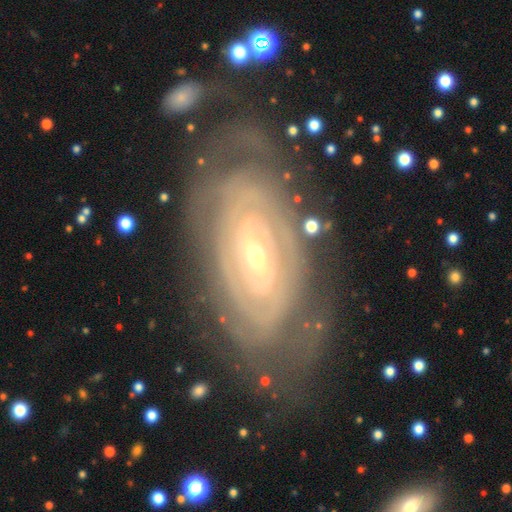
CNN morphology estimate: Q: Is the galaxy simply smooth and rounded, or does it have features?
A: featured or disk — 85%.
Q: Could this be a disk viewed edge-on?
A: no — 93%.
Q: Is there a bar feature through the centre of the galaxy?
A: no — 52%.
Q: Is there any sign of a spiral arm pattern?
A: yes — 89%.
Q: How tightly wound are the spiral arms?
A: tight — 82%.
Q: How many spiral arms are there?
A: can't tell — 52%.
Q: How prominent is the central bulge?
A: small — 75%.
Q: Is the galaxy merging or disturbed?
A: none — 74%.